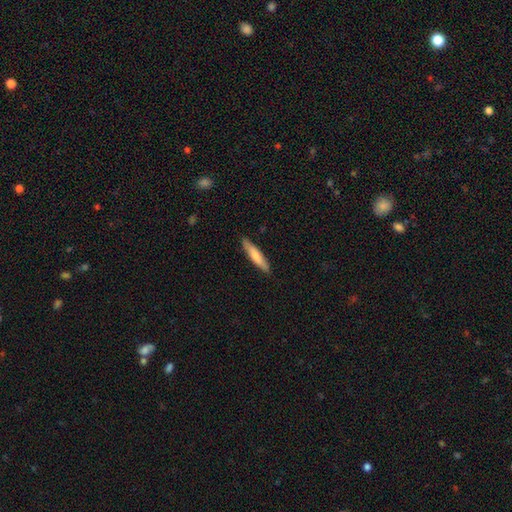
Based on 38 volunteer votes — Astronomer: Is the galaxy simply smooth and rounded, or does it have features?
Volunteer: smooth — 79%.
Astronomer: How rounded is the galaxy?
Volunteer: cigar-shaped — 87%.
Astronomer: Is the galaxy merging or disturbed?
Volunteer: none — 86%.